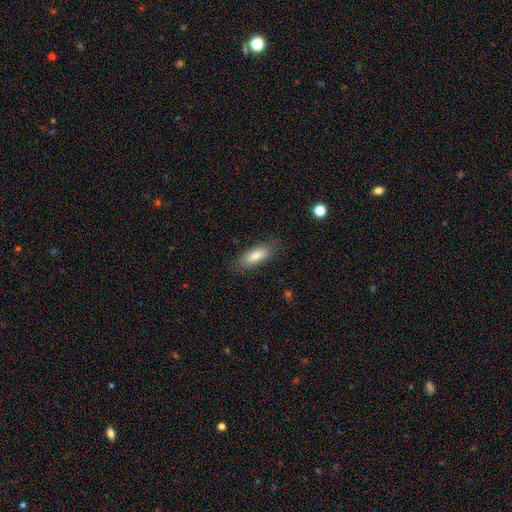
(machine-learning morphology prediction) This appears to be a smooth galaxy with no disk features (80%) that is in between round and cigar-shaped (69%). Merging: none (83%).